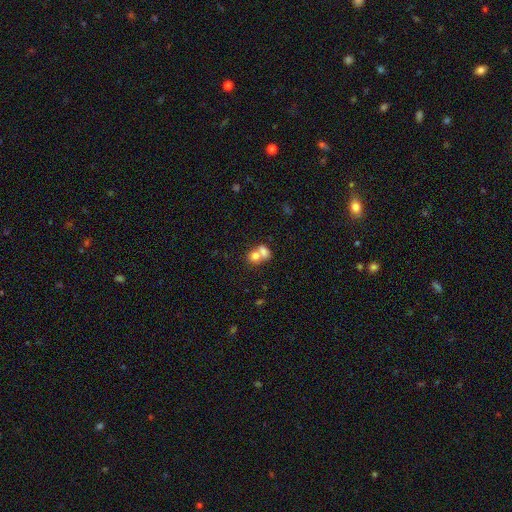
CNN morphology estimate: This is likely a smooth galaxy (76%). How rounded: possibly round (57%). Merging: likely merger (69%).